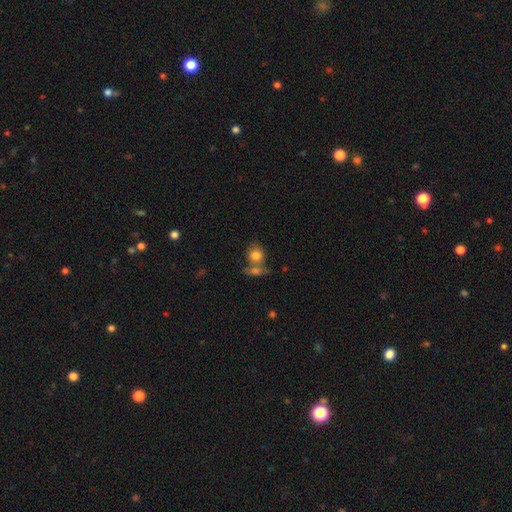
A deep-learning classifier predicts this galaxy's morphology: Smooth or featured?
  - smooth: 79% *
  - featured or disk: 12%
  - star or artifact: 9%
How rounded?
  - round: 67% *
  - in between: 31%
  - cigar-shaped: 2%
Merging?
  - none: 43% *
  - merger: 41%
  - minor disturbance: 11%
  - major disturbance: 5%